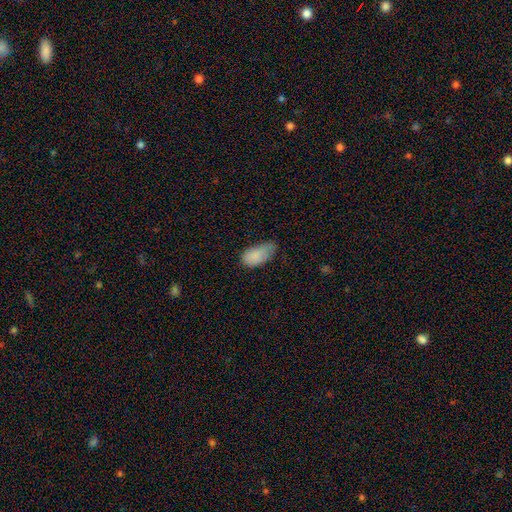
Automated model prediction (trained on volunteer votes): Overall: smooth (85%). How rounded: in between (94%). Merging: minor disturbance (50%; none 29%).